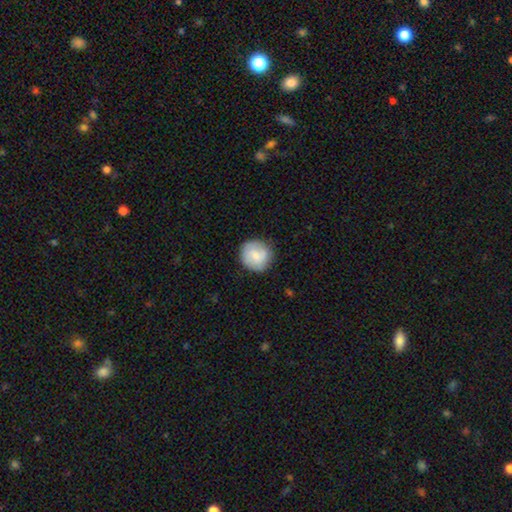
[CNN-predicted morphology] smooth 71%, featured or disk 22%, star or artifact 6%. Down the decision tree: how rounded — round (93%); merging — none (82%).